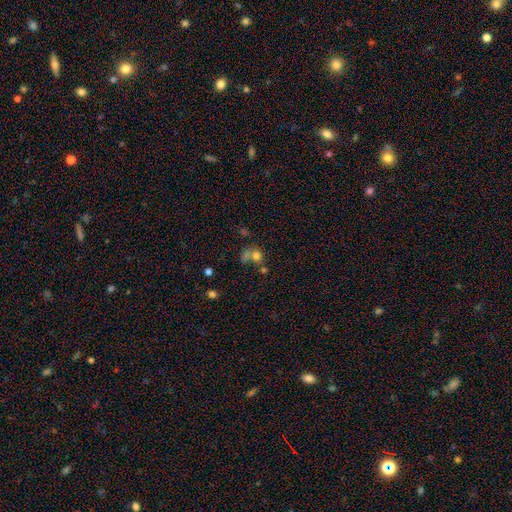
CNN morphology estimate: Smooth or featured? smooth (64%)
How rounded? round (76%)
Merging? merger (42%)